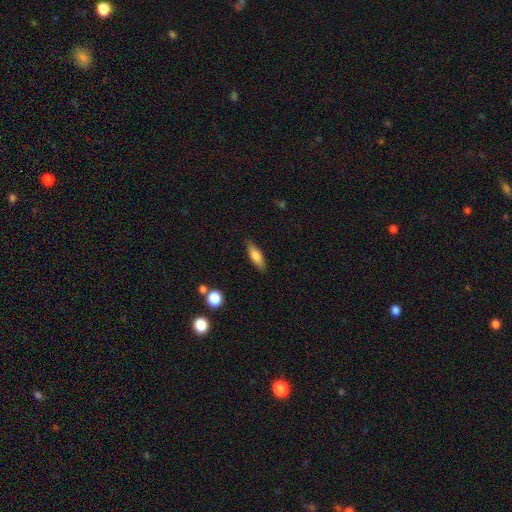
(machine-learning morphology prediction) type=smooth (77%); roundness=in between (50%); merging=none (84%).